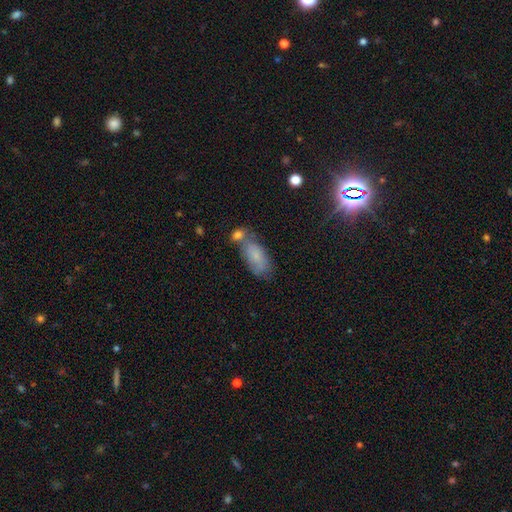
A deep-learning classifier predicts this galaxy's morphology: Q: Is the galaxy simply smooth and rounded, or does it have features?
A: smooth — 68%.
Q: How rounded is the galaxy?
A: in between — 88%.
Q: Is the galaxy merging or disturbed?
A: none — 45%.